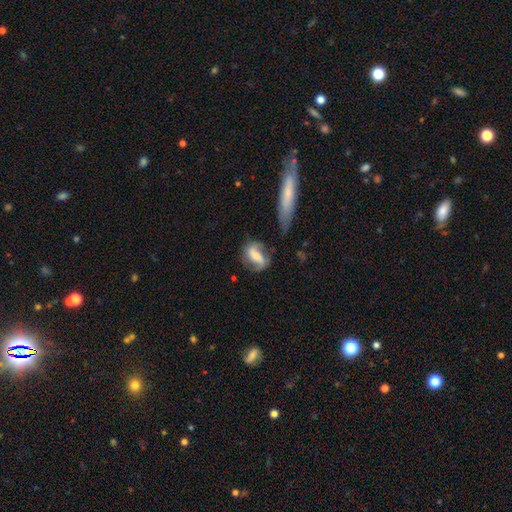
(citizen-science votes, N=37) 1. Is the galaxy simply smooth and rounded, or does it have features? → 73% featured or disk, 24% smooth, 3% star or artifact.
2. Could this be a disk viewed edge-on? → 96% no, 4% yes.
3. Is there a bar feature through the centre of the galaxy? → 38% weak, 31% strong, 31% no.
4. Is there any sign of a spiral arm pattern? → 92% yes, 8% no.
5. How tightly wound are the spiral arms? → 50% loose, 29% medium, 21% tight.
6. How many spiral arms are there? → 92% 2, 4% 1, 4% can't tell, 0% 3, 0% 4, 0% more than 4.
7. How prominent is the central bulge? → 50% small, 38% moderate, 4% dominant, 4% large, 4% none.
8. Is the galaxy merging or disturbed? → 64% none, 19% merger, 11% minor disturbance, 6% major disturbance.